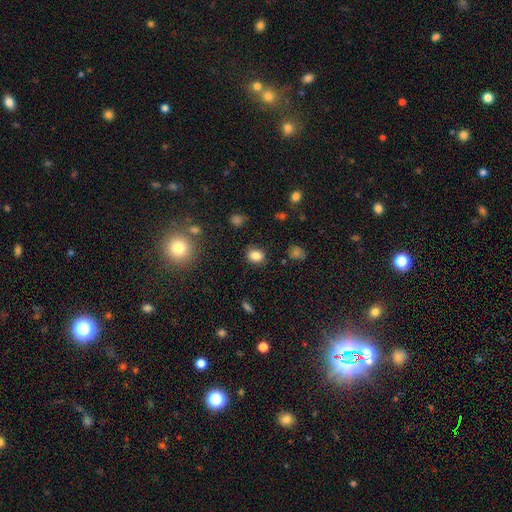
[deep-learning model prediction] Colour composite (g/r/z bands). It shows a smooth galaxy with no disk features (83%) that is in between round and cigar-shaped (54%). Merging: none (83%).